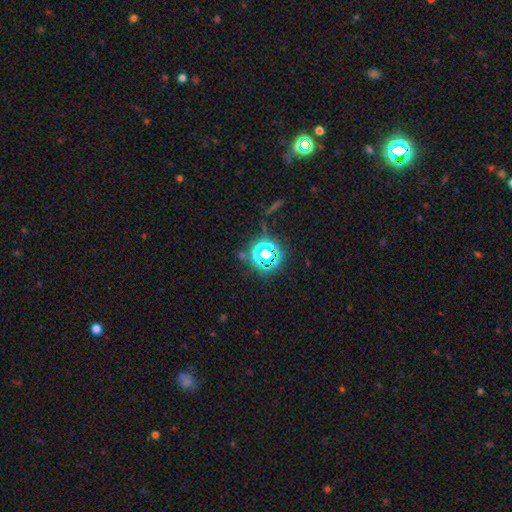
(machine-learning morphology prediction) A star or artifact, not a galaxy (73%).